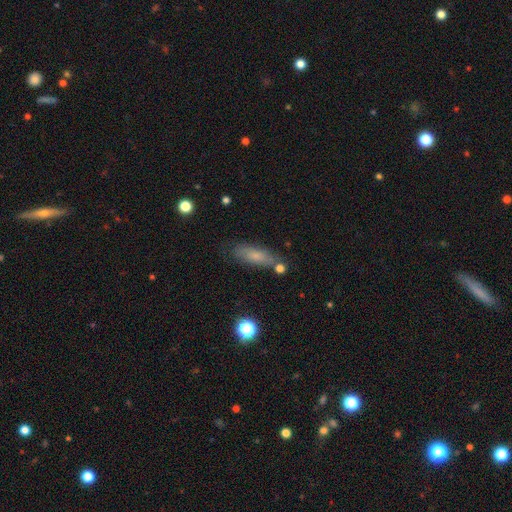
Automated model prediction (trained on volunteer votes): A smooth galaxy with no disk features (71%) that is in between round and cigar-shaped (51%).

Vote fractions:
- Smooth or featured? smooth: 71% / featured or disk: 19% / star or artifact: 10%
- How rounded? in between: 51% / cigar-shaped: 46% / round: 3%
- Merging? none: 73% / minor disturbance: 16% / merger: 6% / major disturbance: 5%